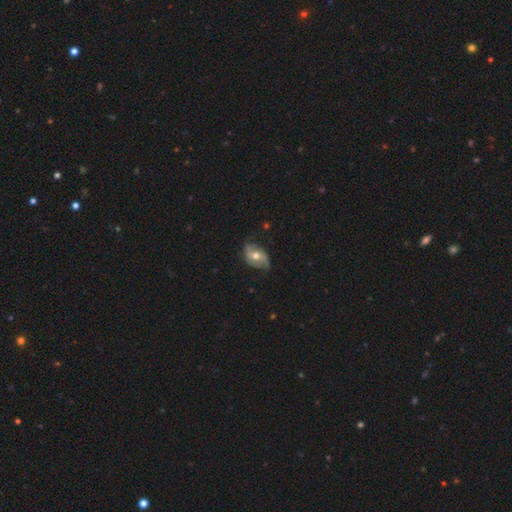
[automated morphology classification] Smooth or featured? featured or disk (68%)
Edge-on disk? no (95%)
Bar? no (57%)
Spiral arms? yes (81%)
Spiral winding? loose (56%)
Spiral arm count? 2 (82%)
Bulge size? moderate (77%)
Merging? none (59%)